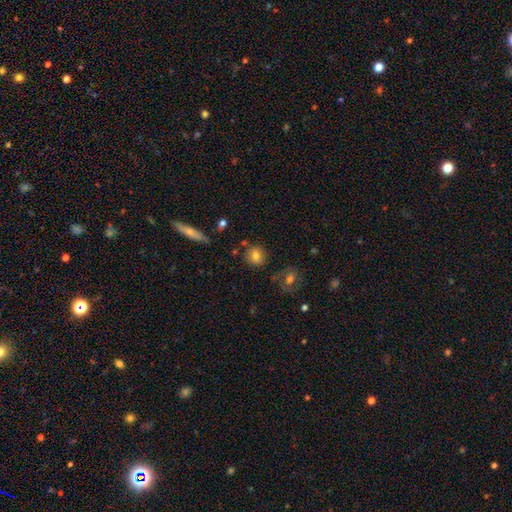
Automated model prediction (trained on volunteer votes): smooth 77%, featured or disk 12%, star or artifact 10%. Down the decision tree: how rounded — round (79%); merging — none (79%).